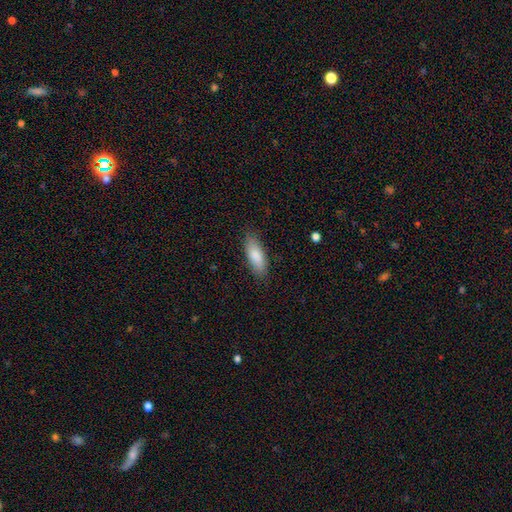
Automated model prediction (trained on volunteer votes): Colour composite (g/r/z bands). It shows a smooth galaxy with no disk features (85%) that is in between round and cigar-shaped (69%). Merging: none (84%).